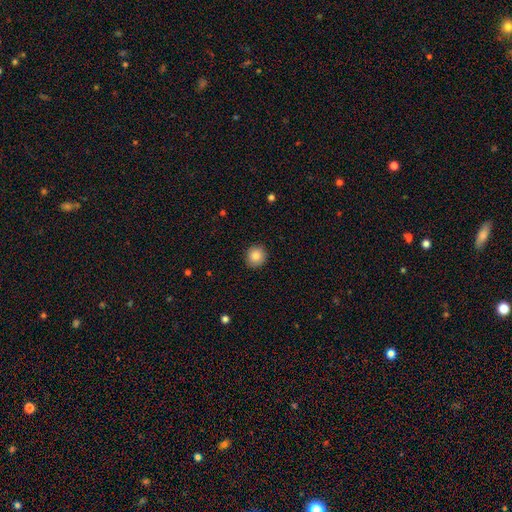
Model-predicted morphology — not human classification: Smooth or featured? Predicted: smooth (p=0.84). How rounded? Predicted: round (p=0.89). Merging? Predicted: none (p=0.91).